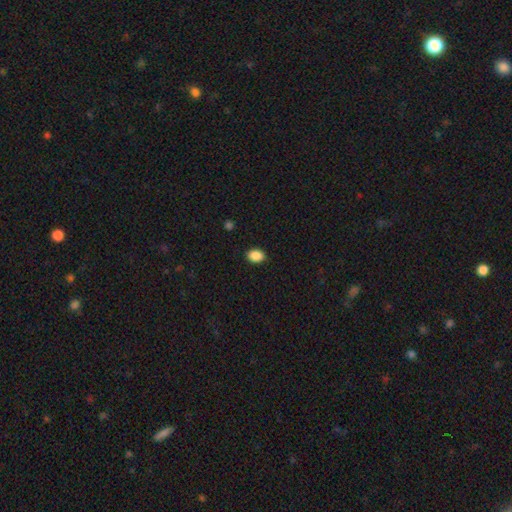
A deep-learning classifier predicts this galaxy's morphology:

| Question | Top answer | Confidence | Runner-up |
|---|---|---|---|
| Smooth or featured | smooth | 89% | star or artifact (8%) |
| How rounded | in between | 76% | round (23%) |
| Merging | none | 89% | minor disturbance (8%) |